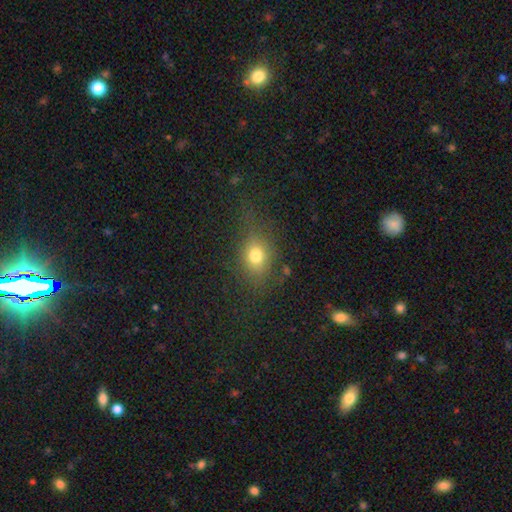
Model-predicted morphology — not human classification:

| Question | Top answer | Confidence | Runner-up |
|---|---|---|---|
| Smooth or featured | smooth | 75% | star or artifact (14%) |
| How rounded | in between | 51% | round (46%) |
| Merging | none | 69% | minor disturbance (17%) |